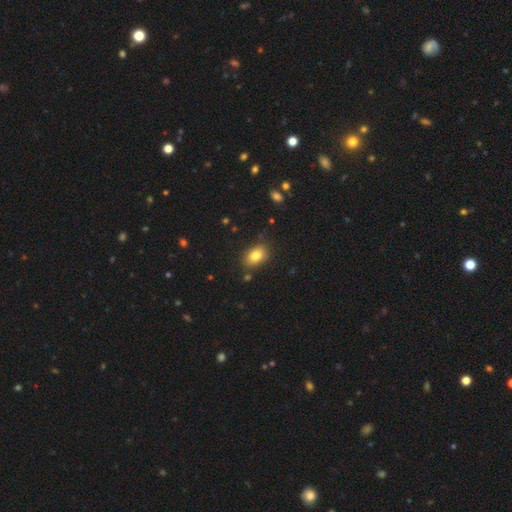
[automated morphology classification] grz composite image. It shows a smooth galaxy with no disk features (82%) that is in between round and cigar-shaped (82%). Merging: none (82%).